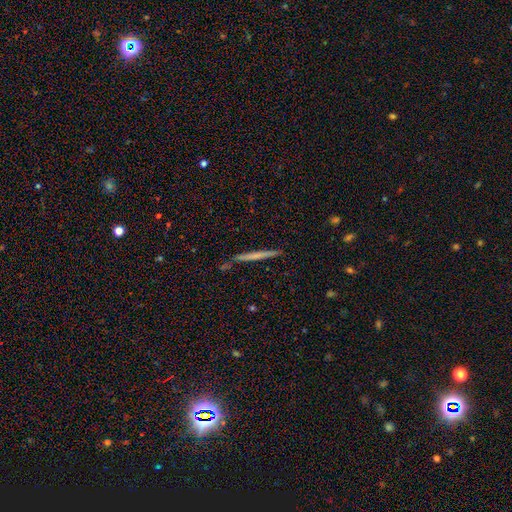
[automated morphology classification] The model was most divided on "smooth or featured": smooth: 52%, featured or disk: 42%, star or artifact: 7%. More confident: how rounded — cigar-shaped (97%); merging — none (87%).